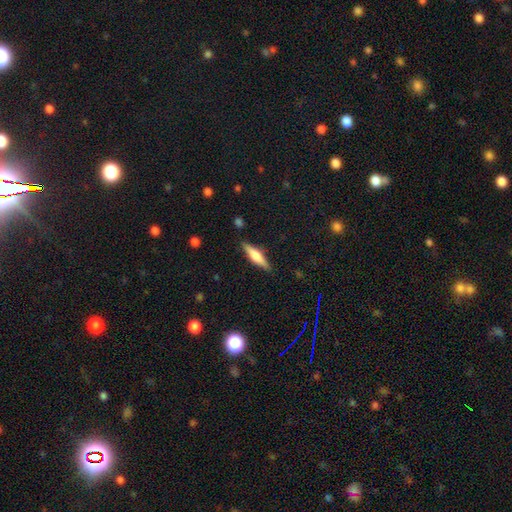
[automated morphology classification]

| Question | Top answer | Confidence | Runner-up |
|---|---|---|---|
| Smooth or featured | smooth | 47% | featured or disk (46%) |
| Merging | none | 88% | minor disturbance (9%) |